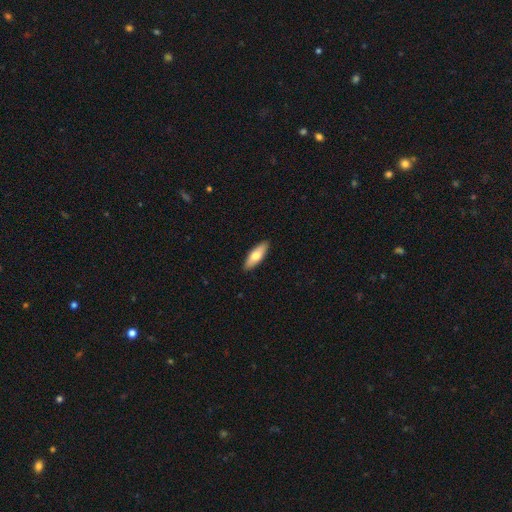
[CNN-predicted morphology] smooth-or-featured: smooth: 68% | featured or disk: 26% | star or artifact: 5%
  how-rounded: in between: 60% | cigar-shaped: 38% | round: 2%
  merging: none: 90% | minor disturbance: 7% | major disturbance: 1% | merger: 1%